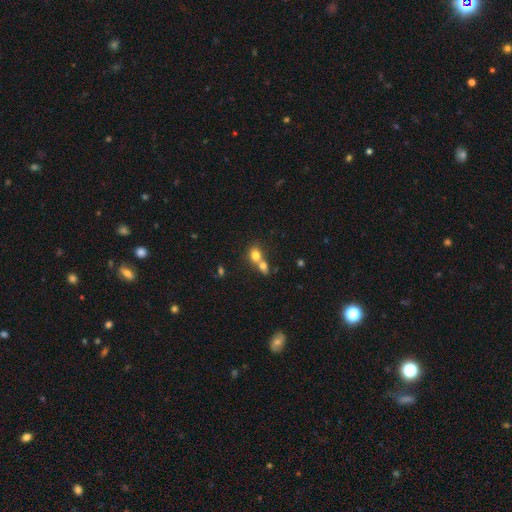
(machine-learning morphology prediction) Smooth or featured? smooth (76%)
How rounded? round (55%)
Merging? merger (65%)